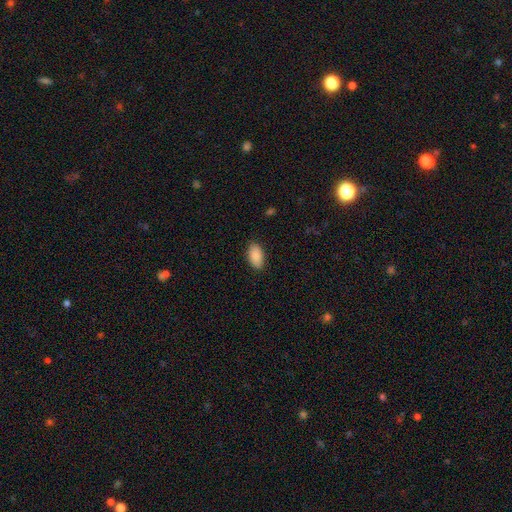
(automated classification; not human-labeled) The model was most divided on "merging": none: 87%, minor disturbance: 10%, major disturbance: 2%, merger: 1%. More confident: how rounded — in between (94%); smooth or featured — smooth (87%).